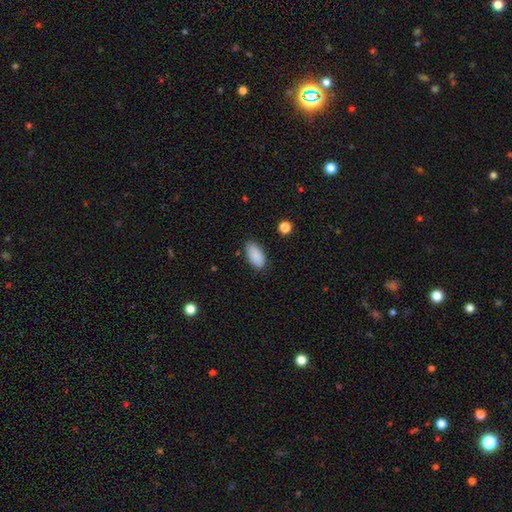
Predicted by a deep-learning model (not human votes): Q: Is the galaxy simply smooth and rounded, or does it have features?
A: smooth — 89%.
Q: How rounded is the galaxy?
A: in between — 93%.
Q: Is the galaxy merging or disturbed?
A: none — 84%.